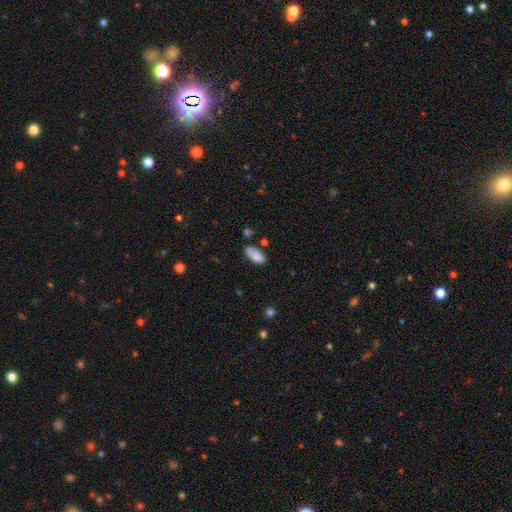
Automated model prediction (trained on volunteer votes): A smooth galaxy with no disk features (84%) that is in between round and cigar-shaped (90%). Merging: none (65%).